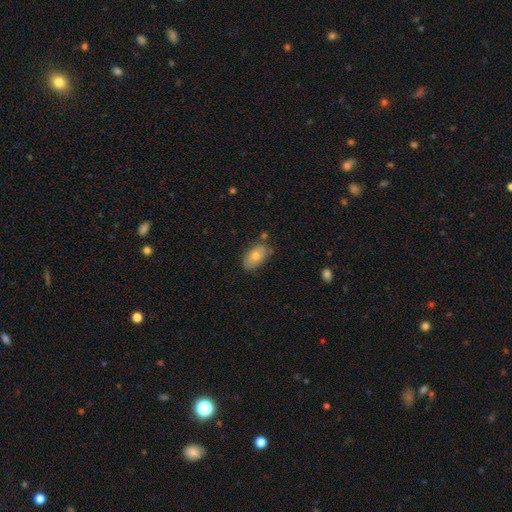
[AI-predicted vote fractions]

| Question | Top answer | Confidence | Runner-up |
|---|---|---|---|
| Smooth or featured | smooth | 73% | featured or disk (20%) |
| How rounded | in between | 91% | round (7%) |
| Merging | none | 67% | minor disturbance (24%) |